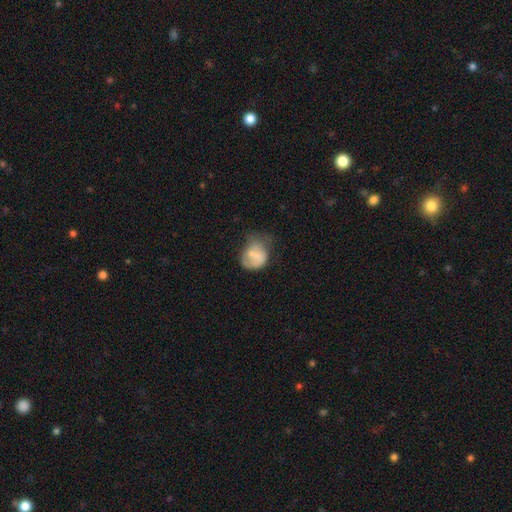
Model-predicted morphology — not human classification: smooth 59%, featured or disk 33%, star or artifact 8%. Down the decision tree: how rounded — round (52%); merging — minor disturbance (28%).